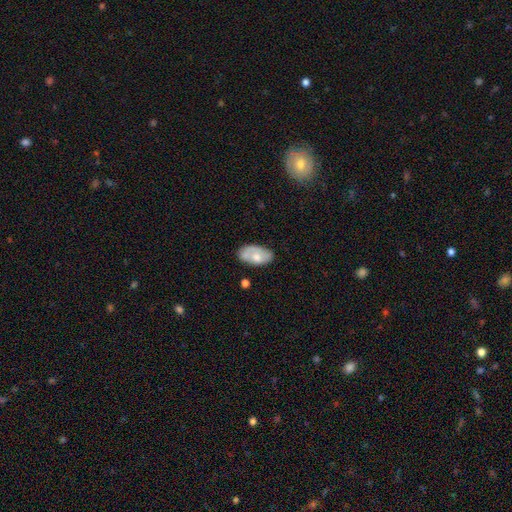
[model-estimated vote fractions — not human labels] Smooth or featured? smooth (62%)
How rounded? in between (93%)
Merging? none (64%)